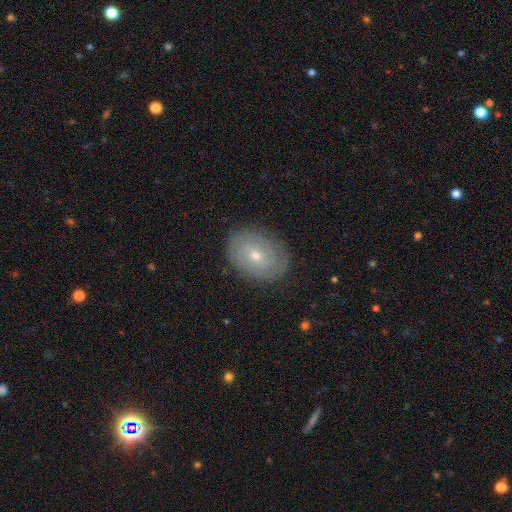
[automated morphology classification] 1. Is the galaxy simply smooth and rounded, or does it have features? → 66% featured or disk, 26% smooth, 8% star or artifact.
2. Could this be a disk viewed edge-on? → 95% no, 5% yes.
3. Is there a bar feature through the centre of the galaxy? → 61% no, 32% weak, 7% strong.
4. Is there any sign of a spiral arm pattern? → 79% yes, 21% no.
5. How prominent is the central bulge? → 58% small, 39% moderate, 1% large, 1% none, 1% dominant.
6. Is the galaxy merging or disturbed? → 84% none, 12% minor disturbance, 3% major disturbance, 1% merger.